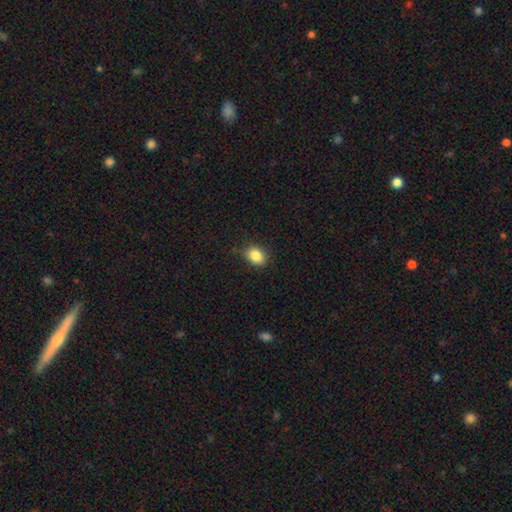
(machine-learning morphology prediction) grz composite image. It shows a smooth galaxy with no disk features (87%) that is in between round and cigar-shaped (71%). Merging: none (82%).